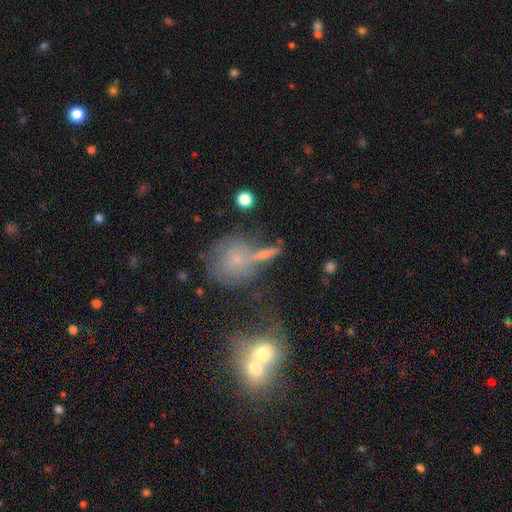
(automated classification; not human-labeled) Smooth or featured? Predicted: smooth (p=0.44). Merging? Predicted: none (p=0.44).